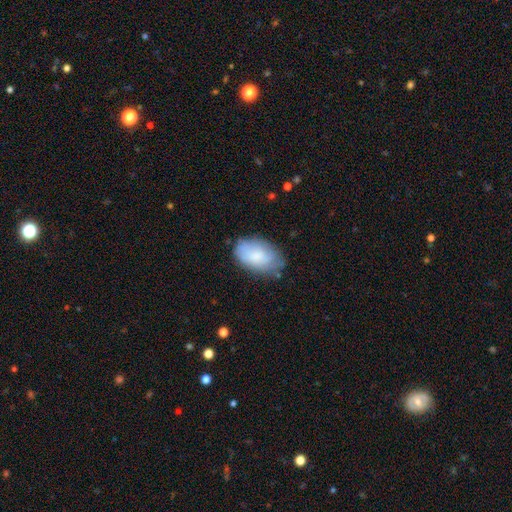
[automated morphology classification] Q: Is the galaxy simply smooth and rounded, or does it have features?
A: smooth — 79%.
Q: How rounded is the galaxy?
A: in between — 94%.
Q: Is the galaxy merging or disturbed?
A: none — 69%.